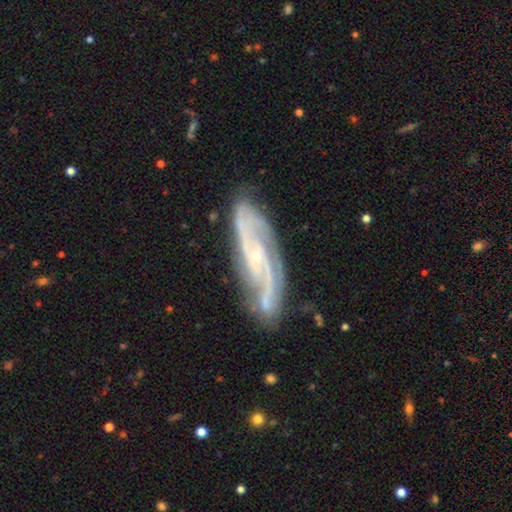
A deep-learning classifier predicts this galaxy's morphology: type=featured or disk (86%); edge-on=no (85%); bar=no (55%); spiral arms=yes (97%); winding=medium (44%); arm count=2 (46%); bulge=small (79%); merging=none (76%).